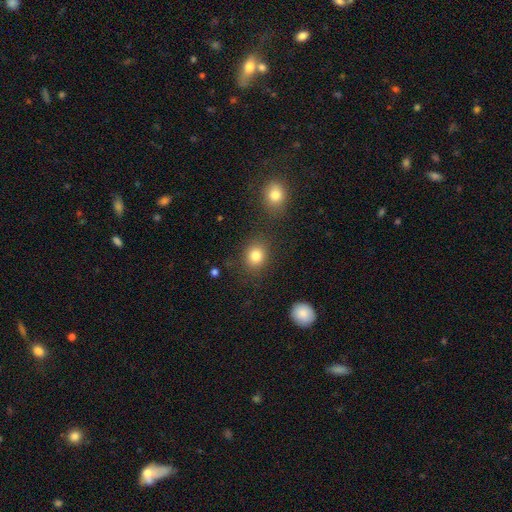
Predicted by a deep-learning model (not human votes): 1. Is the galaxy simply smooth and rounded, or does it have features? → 82% smooth, 12% star or artifact, 6% featured or disk.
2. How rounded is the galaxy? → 65% round, 34% in between, 1% cigar-shaped.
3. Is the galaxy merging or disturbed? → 81% none, 10% minor disturbance, 5% merger, 4% major disturbance.